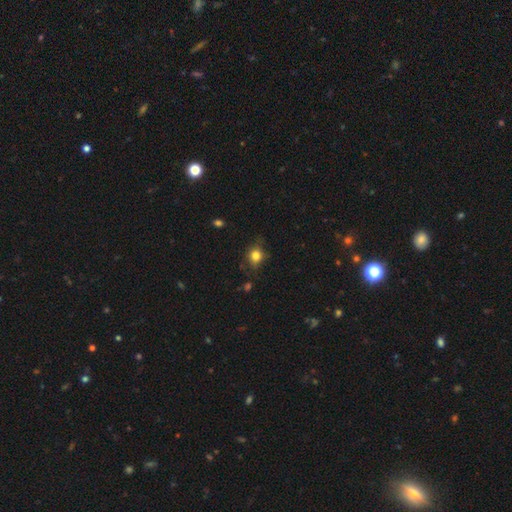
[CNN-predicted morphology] type=smooth (79%); roundness=round (66%); merging=none (70%).